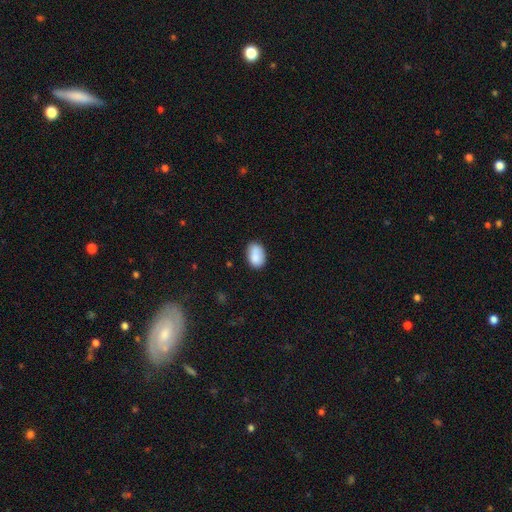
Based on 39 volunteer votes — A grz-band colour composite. It shows a smooth galaxy with no disk features (85%) that is in between round and cigar-shaped (88%). Merging: none (58%).